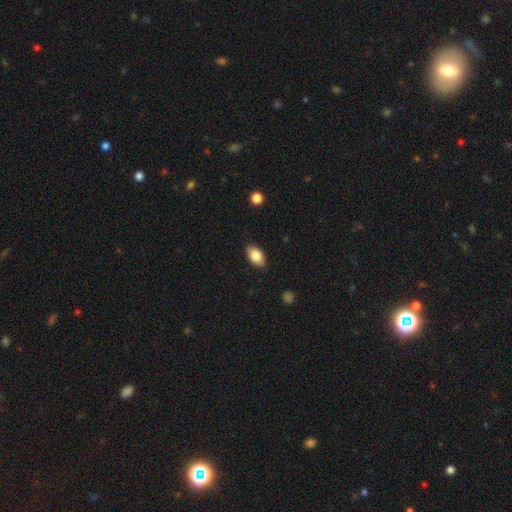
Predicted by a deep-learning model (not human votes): A smooth galaxy with no disk features (83%) that is in between round and cigar-shaped (92%). Merging: none (88%).